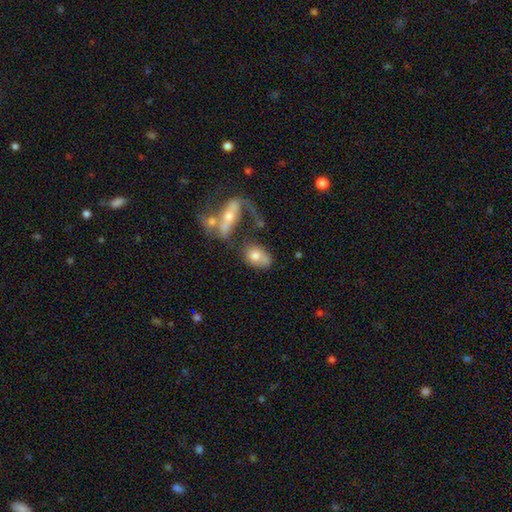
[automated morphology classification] A smooth galaxy with no disk features (67%) that is in between round and cigar-shaped (84%).

Vote fractions:
- Smooth or featured? smooth: 67% / featured or disk: 26% / star or artifact: 8%
- How rounded? in between: 84% / round: 13% / cigar-shaped: 3%
- Merging? none: 36% / merger: 28% / minor disturbance: 18% / major disturbance: 18%